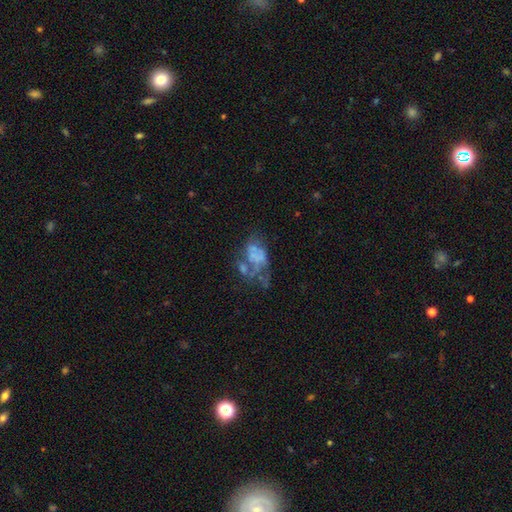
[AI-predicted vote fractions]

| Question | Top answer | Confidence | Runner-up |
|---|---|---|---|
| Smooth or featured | featured or disk | 58% | smooth (27%) |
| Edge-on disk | no | 98% | yes (2%) |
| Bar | no | 91% | weak (7%) |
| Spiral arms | no | 88% | yes (12%) |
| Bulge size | none | 79% | small (9%) |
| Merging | major disturbance | 39% | none (23%) |